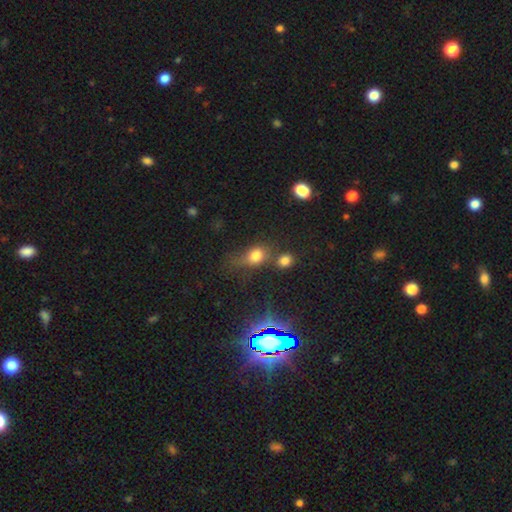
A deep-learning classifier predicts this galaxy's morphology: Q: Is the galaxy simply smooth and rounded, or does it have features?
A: smooth — 70%.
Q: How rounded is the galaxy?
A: in between — 50%.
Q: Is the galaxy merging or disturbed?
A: none — 43%.